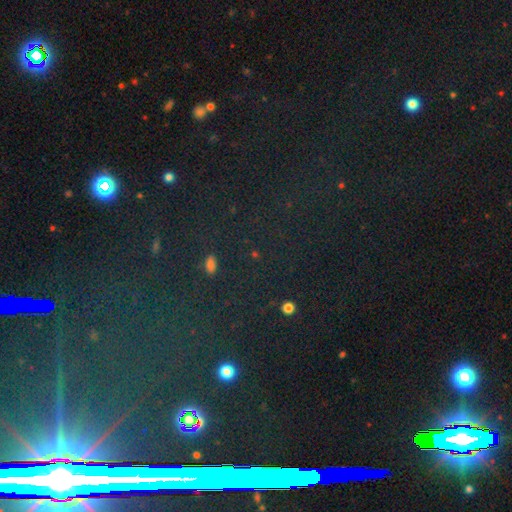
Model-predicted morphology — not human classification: smooth-or-featured: star or artifact: 76% | smooth: 15% | featured or disk: 9%